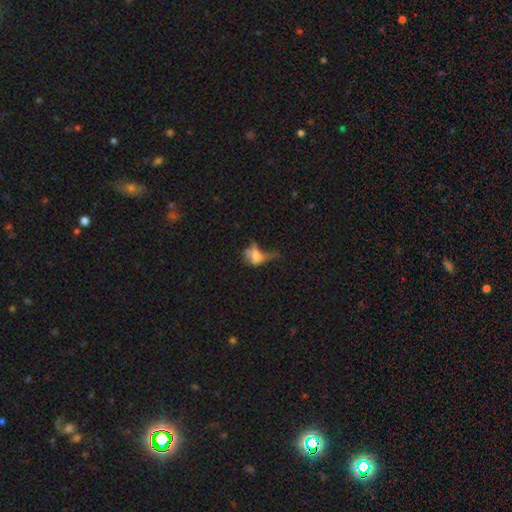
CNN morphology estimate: Overall: smooth (48%; featured or disk 33%). Merging: major disturbance (45%; none 23%).